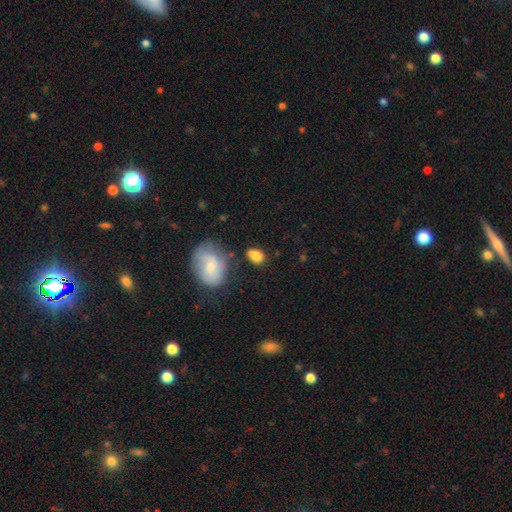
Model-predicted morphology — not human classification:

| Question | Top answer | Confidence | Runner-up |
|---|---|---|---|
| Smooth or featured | smooth | 82% | star or artifact (9%) |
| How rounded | in between | 68% | round (30%) |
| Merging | none | 61% | minor disturbance (20%) |